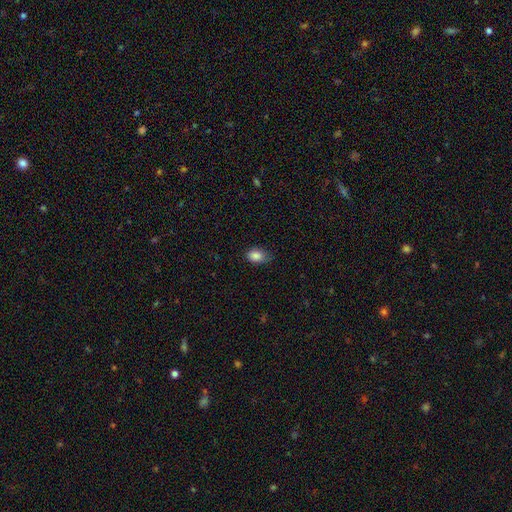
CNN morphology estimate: Smooth or featured? Predicted: smooth (p=0.86). How rounded? Predicted: in between (p=0.83). Merging? Predicted: none (p=0.64).